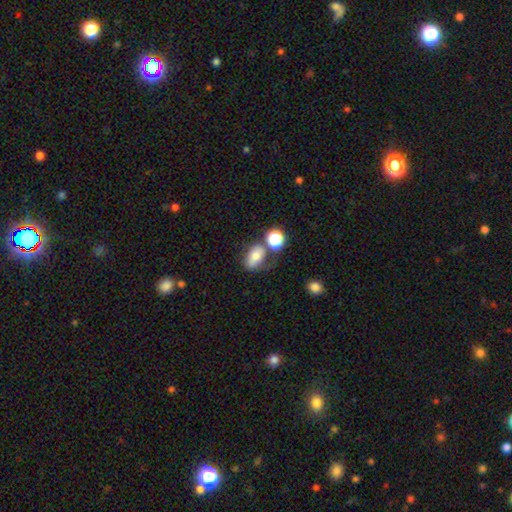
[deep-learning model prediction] smooth_or_featured: smooth (p=0.71) [alt: featured or disk p=0.17]
how_rounded: in between (p=0.80) [alt: round p=0.18]
merging: none (p=0.48) [alt: minor disturbance p=0.21]